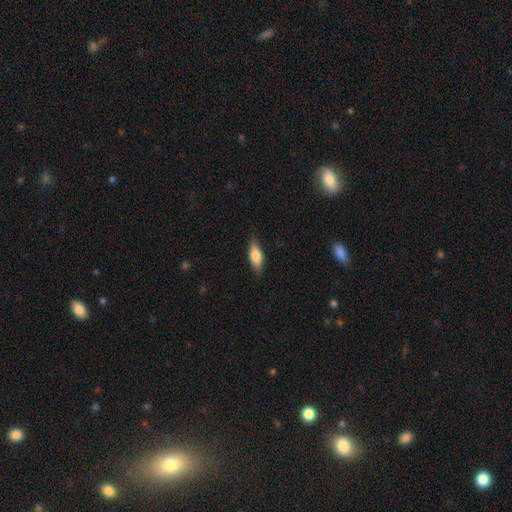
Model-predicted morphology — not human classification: Overall: smooth (70%). How rounded: in between (68%; cigar-shaped 29%). Merging: none (82%).